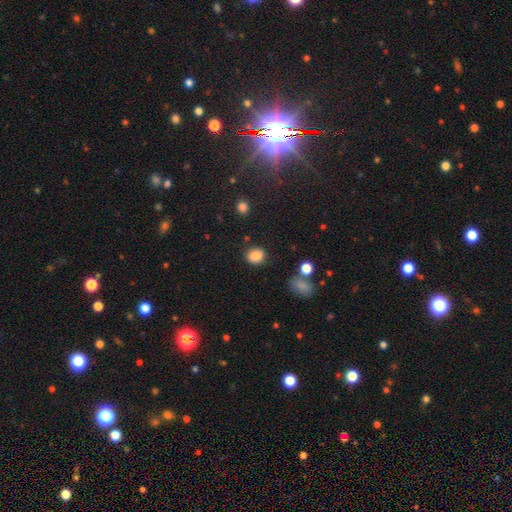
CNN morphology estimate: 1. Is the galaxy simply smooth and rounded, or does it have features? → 86% smooth, 9% star or artifact, 4% featured or disk.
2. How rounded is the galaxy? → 62% round, 37% in between, 1% cigar-shaped.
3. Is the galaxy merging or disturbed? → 81% none, 12% minor disturbance, 4% major disturbance, 4% merger.